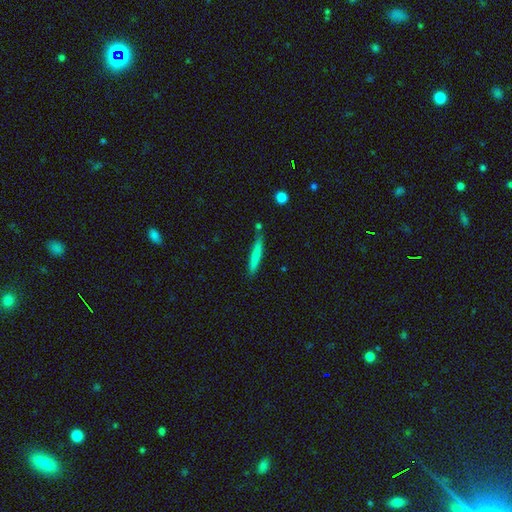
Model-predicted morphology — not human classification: smooth 75%, featured or disk 19%, star or artifact 6%. Down the decision tree: how rounded — cigar-shaped (94%); merging — none (76%).